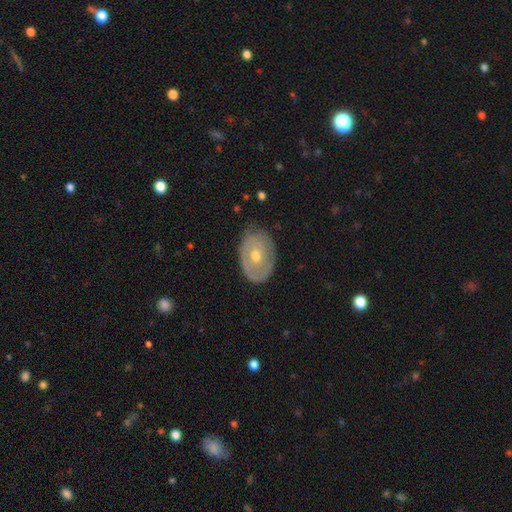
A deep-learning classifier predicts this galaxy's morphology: type=featured or disk (61%); edge-on=no (92%); bar=no (82%); spiral arms=no (62%); bulge=moderate (65%); merging=none (73%).